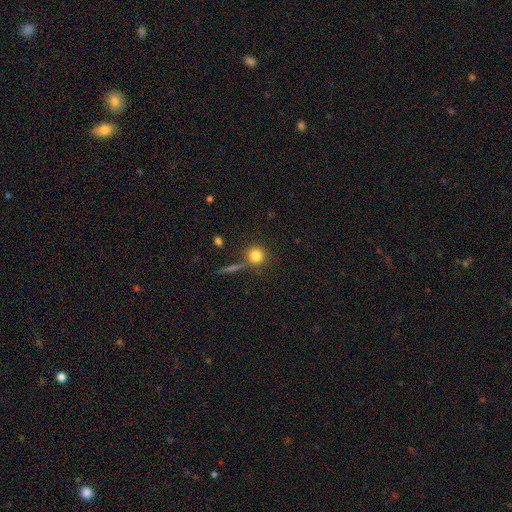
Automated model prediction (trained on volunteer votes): Smooth or featured? smooth (81%)
How rounded? round (91%)
Merging? none (74%)